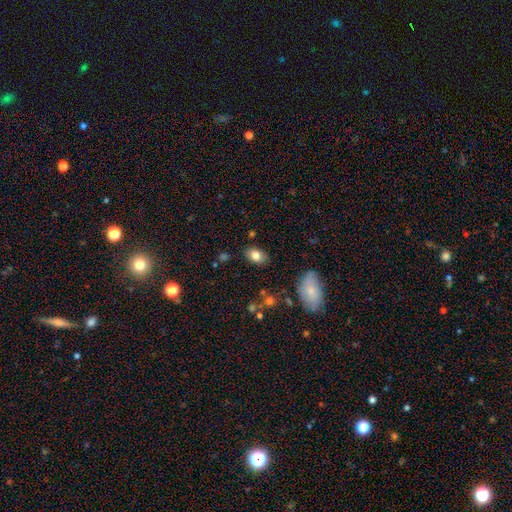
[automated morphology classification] A smooth galaxy with no disk features (81%) that is in between round and cigar-shaped (84%). Merging: none (83%).